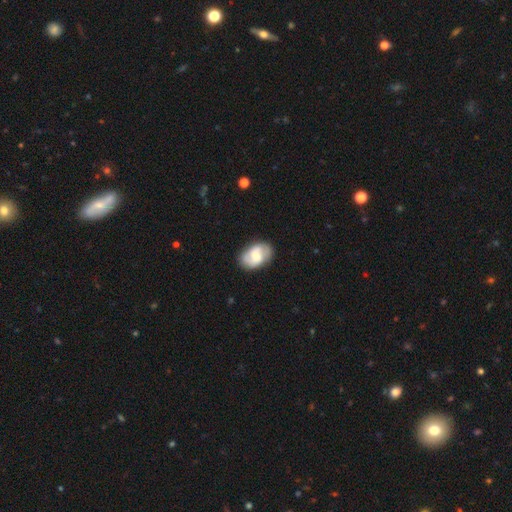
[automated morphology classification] This appears to be a featured or disk galaxy (54%) with a weak bar (45%), spiral arms (82%) and a moderate central bulge (46%). Merging: none (78%).